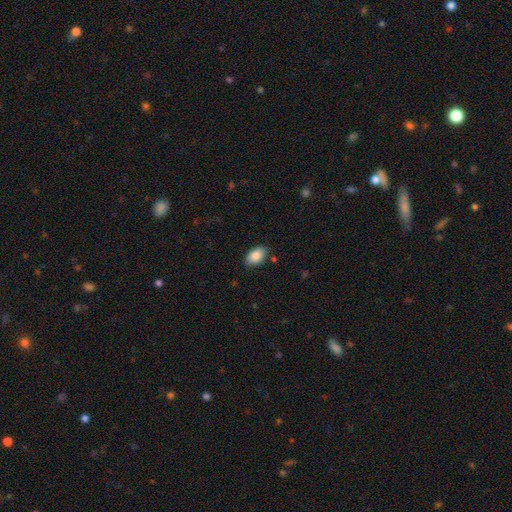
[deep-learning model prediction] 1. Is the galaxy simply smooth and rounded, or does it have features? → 87% smooth, 7% star or artifact, 6% featured or disk.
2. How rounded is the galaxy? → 91% in between, 7% round, 1% cigar-shaped.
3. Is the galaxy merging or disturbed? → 84% none, 12% minor disturbance, 2% major disturbance, 2% merger.